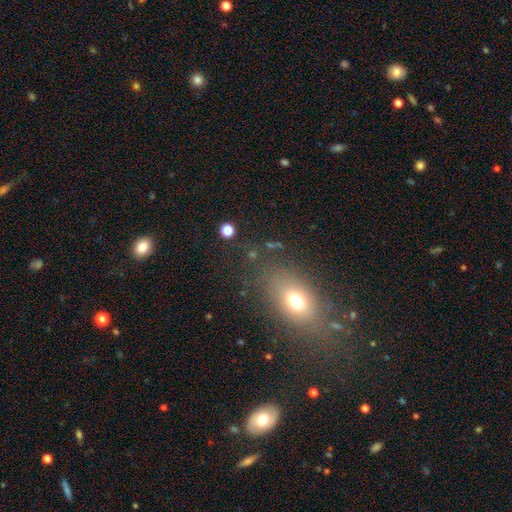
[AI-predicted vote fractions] Q: Smooth or featured?
A: smooth (61%); runner-up: star or artifact (23%)
Q: How rounded?
A: in between (71%); runner-up: round (22%)
Q: Merging?
A: none (77%); runner-up: minor disturbance (12%)